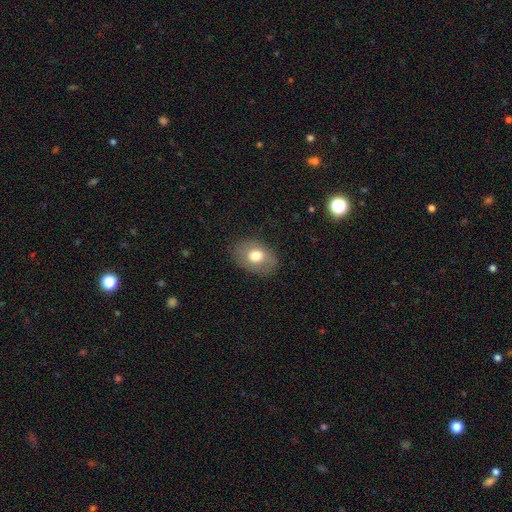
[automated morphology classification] Overall: smooth (71%). How rounded: in between (76%). Merging: none (81%).